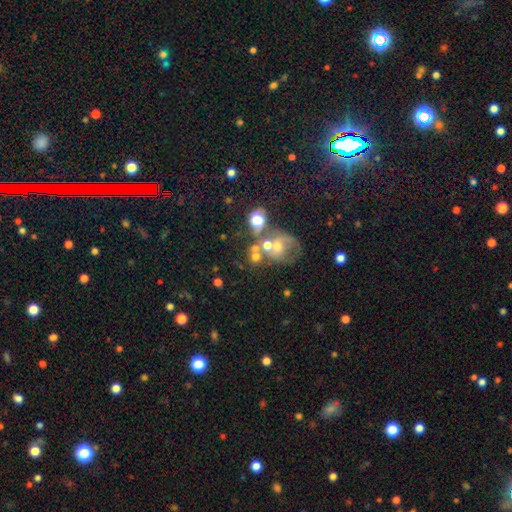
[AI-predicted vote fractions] This appears to be a smooth galaxy with no disk features (49%). Merging: merger (44%).